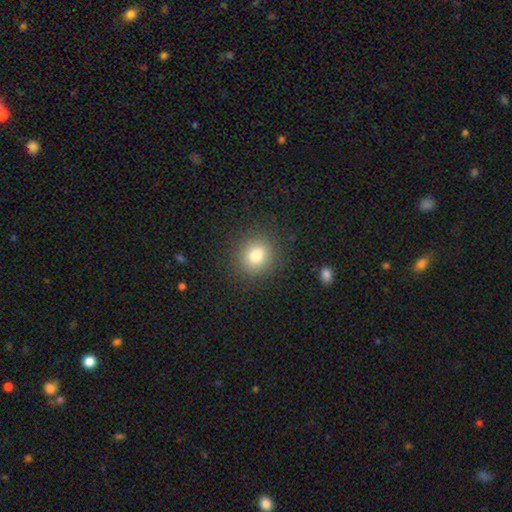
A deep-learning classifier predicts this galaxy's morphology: A smooth galaxy with no disk features (78%) that is round (84%). Merging: none (87%).